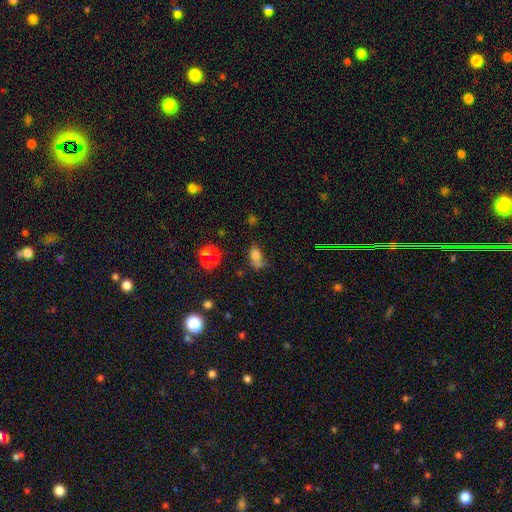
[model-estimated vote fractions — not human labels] smooth 66%, star or artifact 21%, featured or disk 13%. Down the decision tree: how rounded — in between (74%); merging — none (40%).